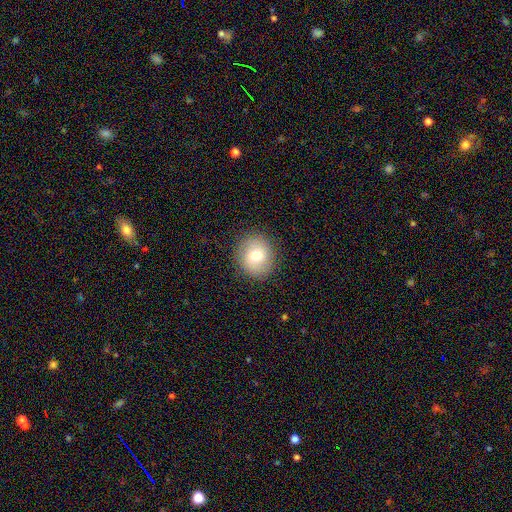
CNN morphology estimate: Overall: smooth (73%). How rounded: round (82%). Merging: none (88%).